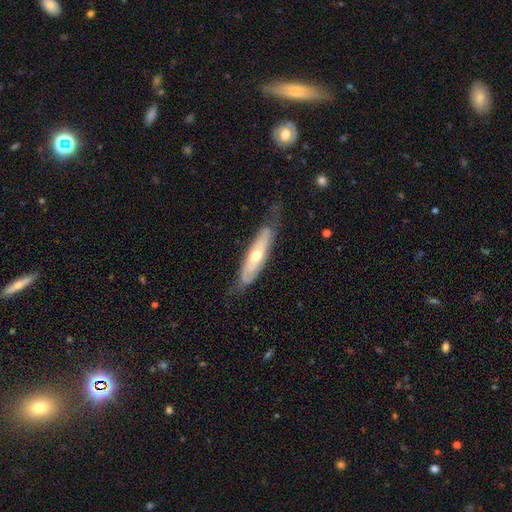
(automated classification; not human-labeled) The model was most divided on "edge-on disk": no: 64%, yes: 36%. More confident: smooth or featured — featured or disk (63%); merging — none (62%).